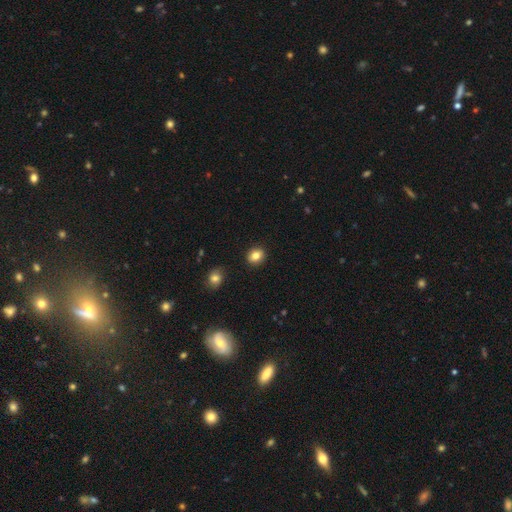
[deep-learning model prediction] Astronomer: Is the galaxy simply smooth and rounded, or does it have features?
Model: smooth — 83%.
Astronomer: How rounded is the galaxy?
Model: round — 63%.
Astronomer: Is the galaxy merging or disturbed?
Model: none — 89%.